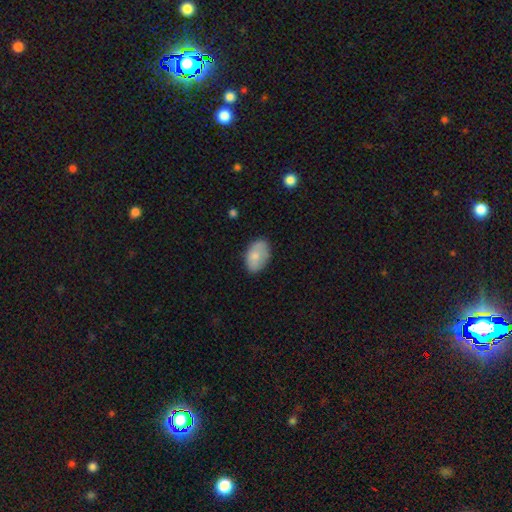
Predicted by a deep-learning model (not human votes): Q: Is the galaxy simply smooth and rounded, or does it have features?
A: smooth — 78%.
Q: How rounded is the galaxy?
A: in between — 90%.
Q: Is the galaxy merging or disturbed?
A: none — 74%.